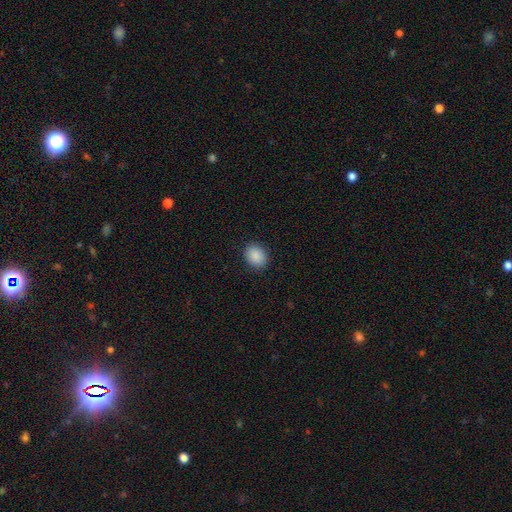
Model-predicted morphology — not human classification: Smooth or featured?
  - smooth: 89% *
  - star or artifact: 8%
  - featured or disk: 3%
How rounded?
  - in between: 52% *
  - round: 47%
  - cigar-shaped: 1%
Merging?
  - none: 90% *
  - minor disturbance: 7%
  - major disturbance: 2%
  - merger: 1%